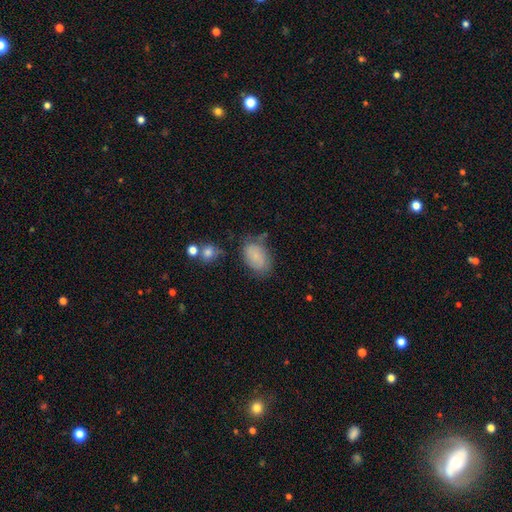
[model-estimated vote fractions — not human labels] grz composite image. It shows a smooth galaxy with no disk features (76%) that is in between round and cigar-shaped (88%). Merging: none (60%).